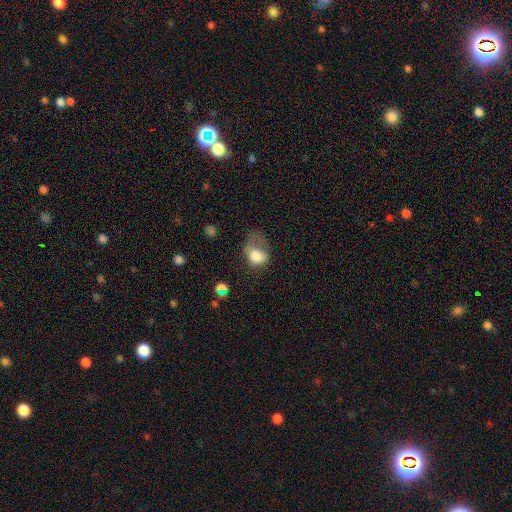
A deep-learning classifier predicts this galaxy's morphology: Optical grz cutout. It shows a smooth galaxy with no disk features (74%) that is in between round and cigar-shaped (50%). Merging: major disturbance (53%).